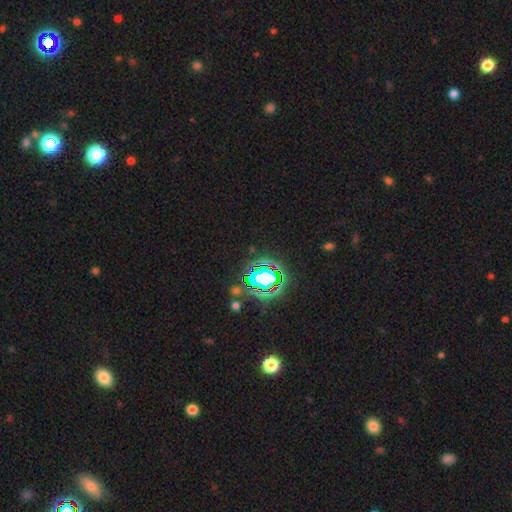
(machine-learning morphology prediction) Smooth or featured? Predicted: star or artifact (p=0.80).